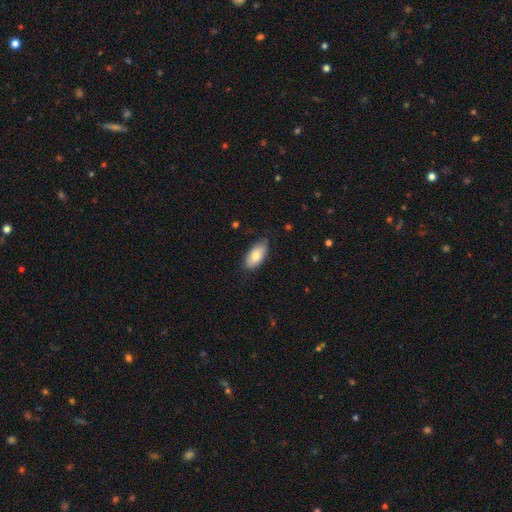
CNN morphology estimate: type=smooth (82%); roundness=in between (93%); merging=none (78%).